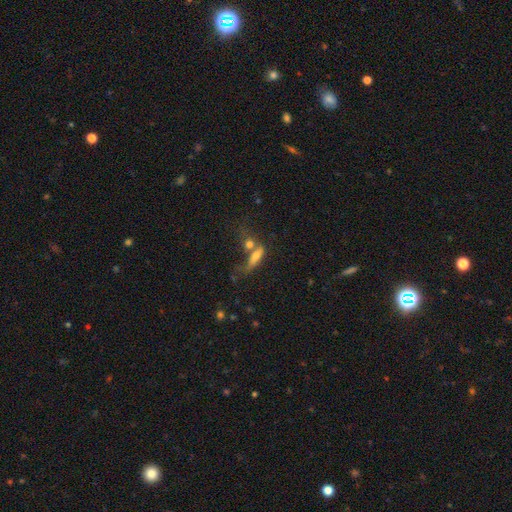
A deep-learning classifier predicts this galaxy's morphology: Smooth or featured? smooth (60%)
How rounded? cigar-shaped (50%)
Merging? merger (41%)